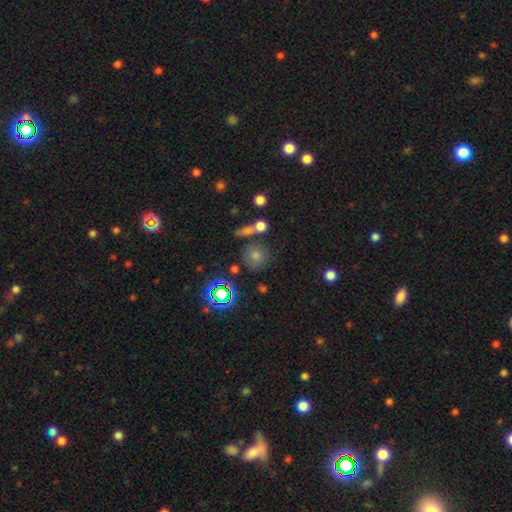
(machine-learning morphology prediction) The model was most divided on "smooth or featured": smooth: 66%, star or artifact: 23%, featured or disk: 11%. More confident: how rounded — round (88%); merging — none (67%).